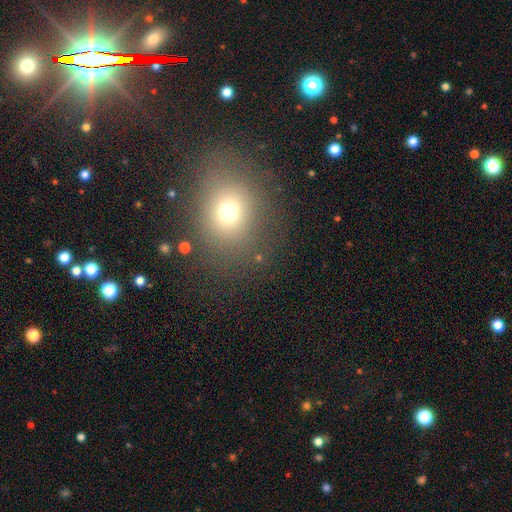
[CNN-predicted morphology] type=smooth (66%); roundness=round (66%); merging=none (79%).